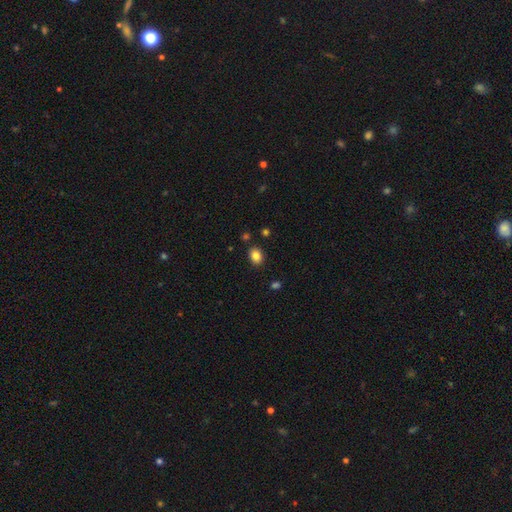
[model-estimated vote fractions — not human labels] Q: Smooth or featured?
A: smooth (85%); runner-up: star or artifact (10%)
Q: How rounded?
A: in between (63%); runner-up: round (36%)
Q: Merging?
A: none (86%); runner-up: minor disturbance (9%)